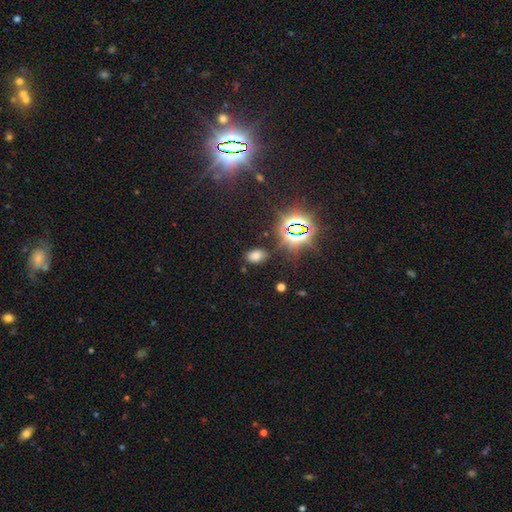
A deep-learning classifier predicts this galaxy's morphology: Overall: smooth (62%; star or artifact 31%). How rounded: in between (85%). Merging: none (81%).